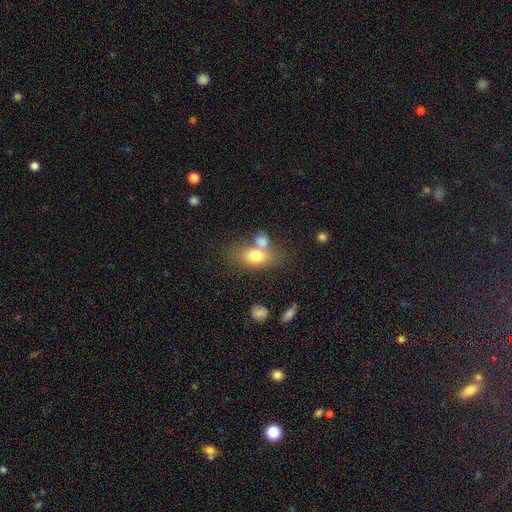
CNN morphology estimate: Smooth or featured: smooth — 74% (featured or disk — 17%)
How rounded: in between — 78% (round — 18%)
Merging: merger — 41% (none — 39%)